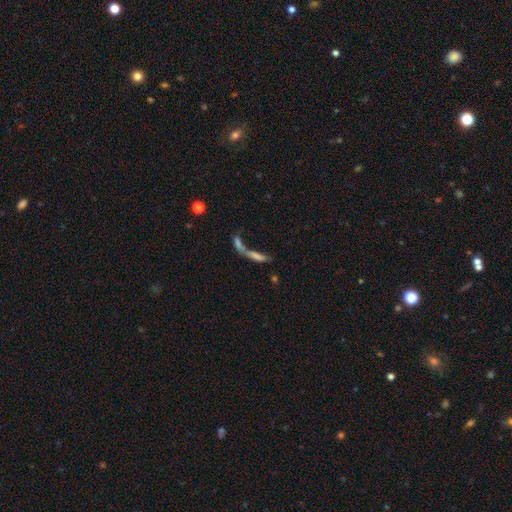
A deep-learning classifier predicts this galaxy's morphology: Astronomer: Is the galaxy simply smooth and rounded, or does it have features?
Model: smooth — 49% (runner-up: featured or disk, 32%).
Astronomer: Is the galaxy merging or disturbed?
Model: merger — 60%.